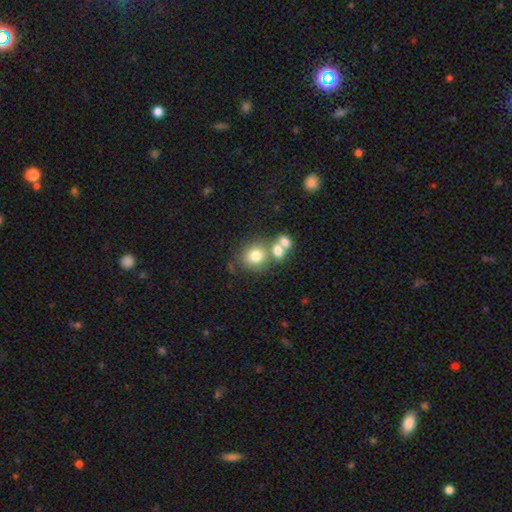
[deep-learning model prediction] smooth-or-featured: smooth: 76% | featured or disk: 13% | star or artifact: 11%
  how-rounded: round: 74% | in between: 25% | cigar-shaped: 1%
  merging: none: 49% | merger: 36% | minor disturbance: 10% | major disturbance: 5%